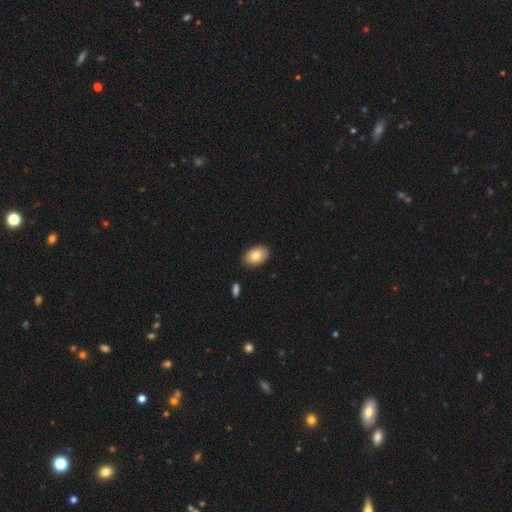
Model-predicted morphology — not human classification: A smooth galaxy with no disk features (82%) that is in between round and cigar-shaped (88%).

Vote fractions:
- Smooth or featured? smooth: 82% / featured or disk: 11% / star or artifact: 7%
- How rounded? in between: 88% / round: 11% / cigar-shaped: 1%
- Merging? none: 86% / minor disturbance: 10% / major disturbance: 2% / merger: 2%